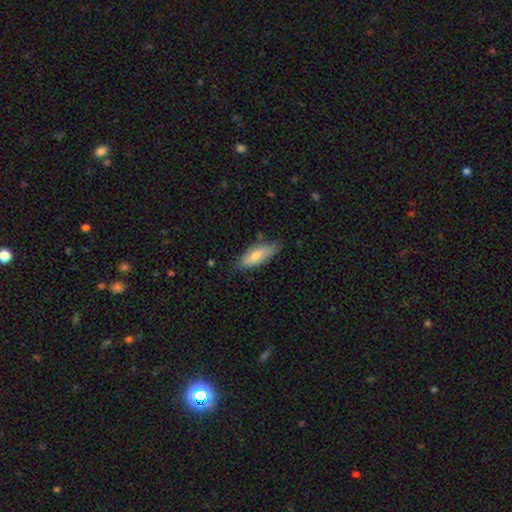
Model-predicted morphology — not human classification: A smooth galaxy with no disk features (71%) that is in between round and cigar-shaped (70%). Merging: none (69%).